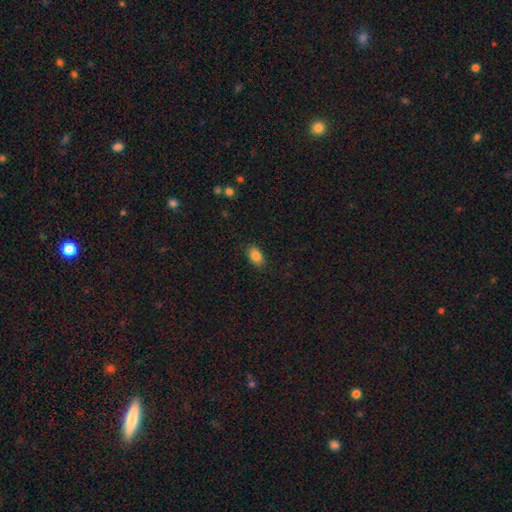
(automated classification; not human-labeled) smooth 85%, star or artifact 9%, featured or disk 6%. Down the decision tree: how rounded — in between (87%); merging — none (86%).